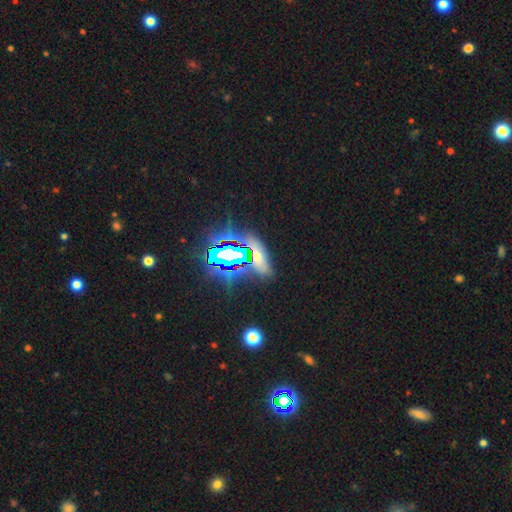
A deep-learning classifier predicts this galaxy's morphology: Smooth or featured? Predicted: star or artifact (p=0.58).